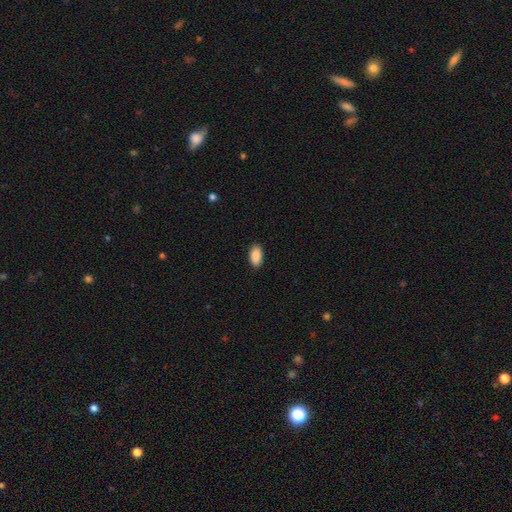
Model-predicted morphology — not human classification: Q: Smooth or featured?
A: smooth (90%); runner-up: star or artifact (7%)
Q: How rounded?
A: in between (94%); runner-up: cigar-shaped (3%)
Q: Merging?
A: none (89%); runner-up: minor disturbance (8%)